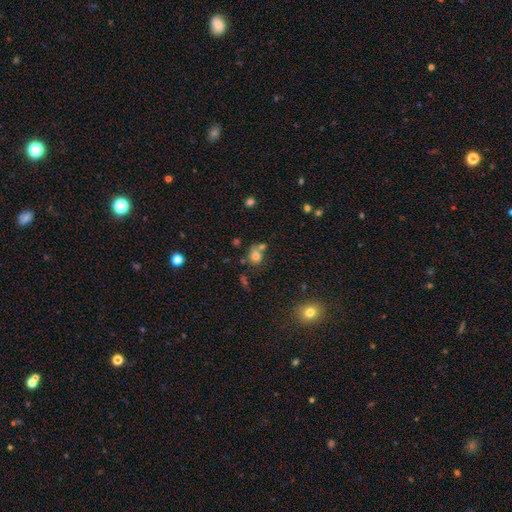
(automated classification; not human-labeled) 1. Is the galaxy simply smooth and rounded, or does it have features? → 74% smooth, 14% star or artifact, 11% featured or disk.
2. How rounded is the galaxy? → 65% round, 34% in between, 1% cigar-shaped.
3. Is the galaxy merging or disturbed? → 47% none, 33% merger, 13% minor disturbance, 6% major disturbance.